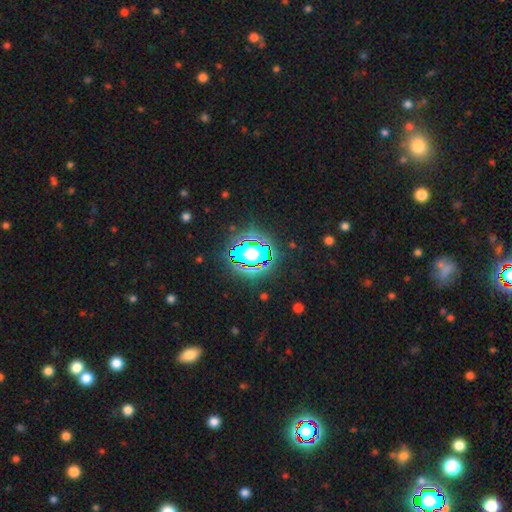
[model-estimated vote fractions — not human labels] Smooth or featured? star or artifact (77%)